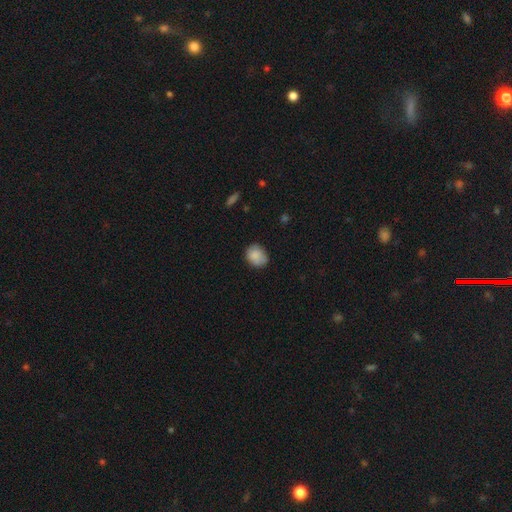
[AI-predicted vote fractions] This appears to be a smooth galaxy with no disk features (84%) that is round (55%). Merging: none (71%).